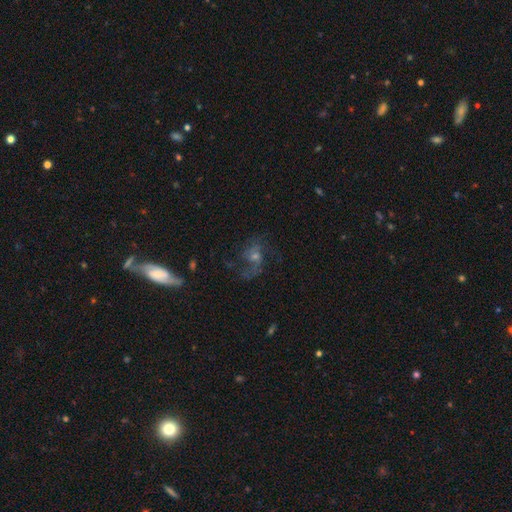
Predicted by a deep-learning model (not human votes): The model was most divided on "bulge size": moderate: 43%, small: 42%, none: 7%, large: 6%, dominant: 2%. Remaining: edge-on disk — no (95%); spiral arms — yes (87%); spiral arm count — 2 (72%); smooth or featured — featured or disk (69%); bar — no (61%); merging — none (58%); spiral winding — loose (48%).